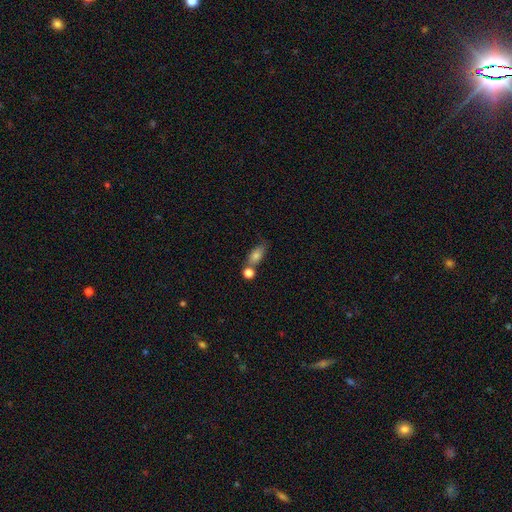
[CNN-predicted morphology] This is likely a smooth galaxy (79%). How rounded: likely in between (79%). Merging: possibly none (49%).